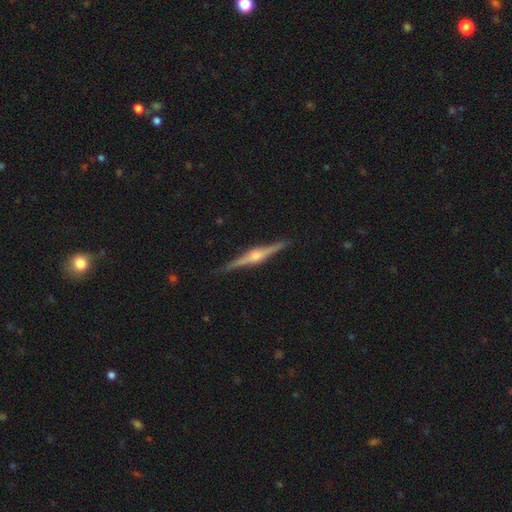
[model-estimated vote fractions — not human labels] smooth-or-featured: featured or disk: 86% | smooth: 9% | star or artifact: 5%
  disk-edge-on: yes: 99% | no: 1%
    edge-on-bulge: rounded: 89% | boxy: 7% | none: 3%
  merging: none: 91% | minor disturbance: 6% | major disturbance: 1% | merger: 1%